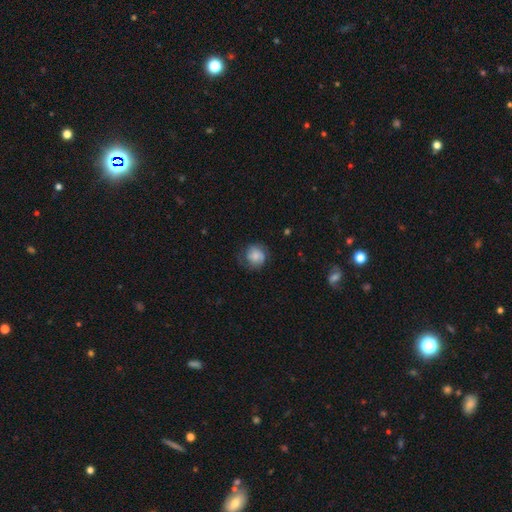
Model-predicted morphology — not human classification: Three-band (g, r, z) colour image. It shows a smooth galaxy with no disk features (62%) that is round (82%). Merging: none (56%).